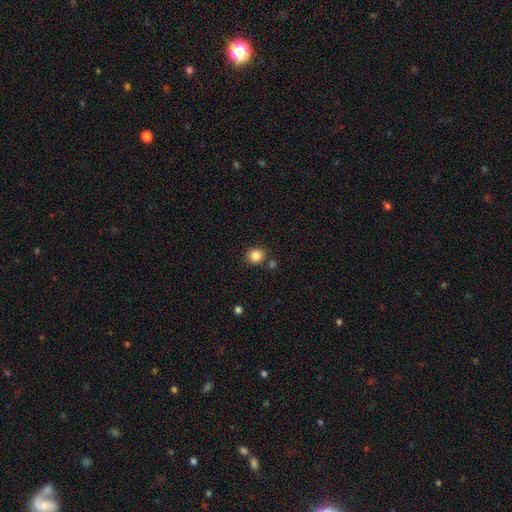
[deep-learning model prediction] Q: Smooth or featured?
A: smooth (85%); runner-up: star or artifact (10%)
Q: How rounded?
A: round (86%); runner-up: in between (13%)
Q: Merging?
A: none (82%); runner-up: minor disturbance (8%)